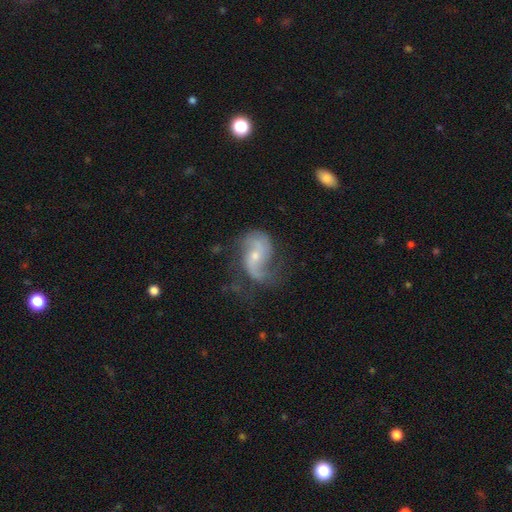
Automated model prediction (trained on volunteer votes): Smooth or featured? featured or disk (83%)
Edge-on disk? no (97%)
Bar? no (53%)
Spiral arms? yes (95%)
Spiral winding? loose (50%)
Spiral arm count? 2 (80%)
Bulge size? small (57%)
Merging? none (52%)